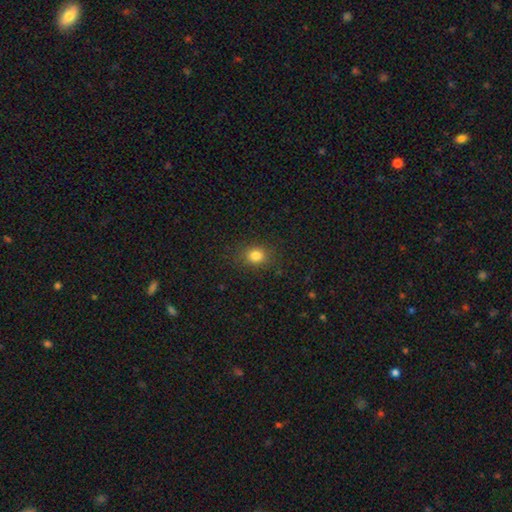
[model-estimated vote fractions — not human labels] smooth 82%, star or artifact 13%, featured or disk 5%. Down the decision tree: how rounded — round (60%); merging — none (87%).